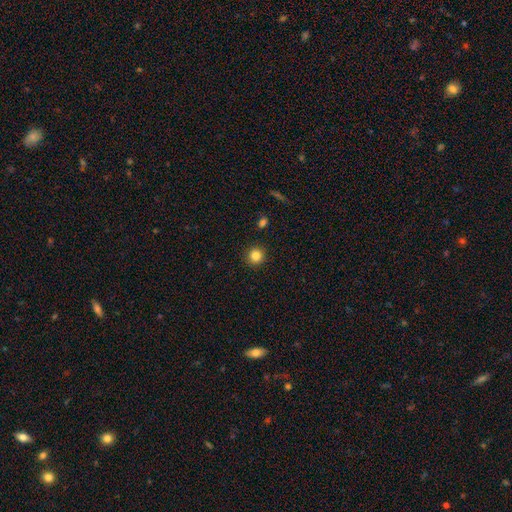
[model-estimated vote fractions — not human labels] The model was most divided on "smooth or featured": smooth: 85%, star or artifact: 11%, featured or disk: 4%. More confident: how rounded — round (94%); merging — none (92%).